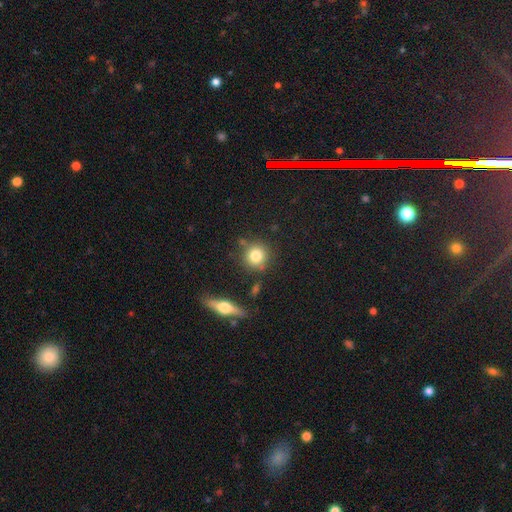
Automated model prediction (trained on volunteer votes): Morphology: type=smooth (78%); roundness=round (89%); merging=none (79%).